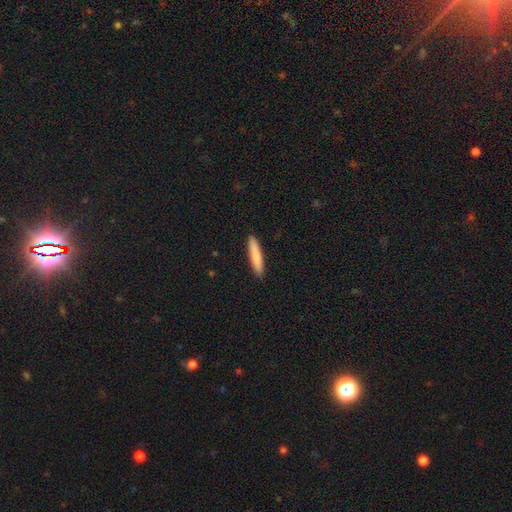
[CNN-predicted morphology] This is clearly a smooth galaxy (83%). How rounded: clearly cigar-shaped (92%). Merging: clearly none (92%).